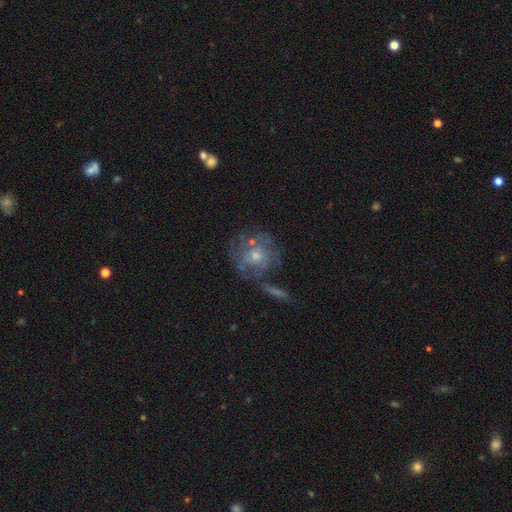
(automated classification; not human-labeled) This appears to be a featured or disk galaxy (61%) with no bar (82%), spiral arms (57%) and a small central bulge (53%). Merging: none (54%).